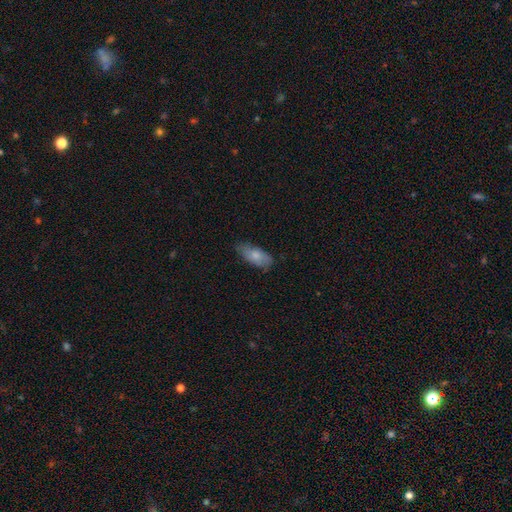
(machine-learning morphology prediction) This is likely a smooth galaxy (76%). How rounded: clearly in between (86%). Merging: likely none (71%).